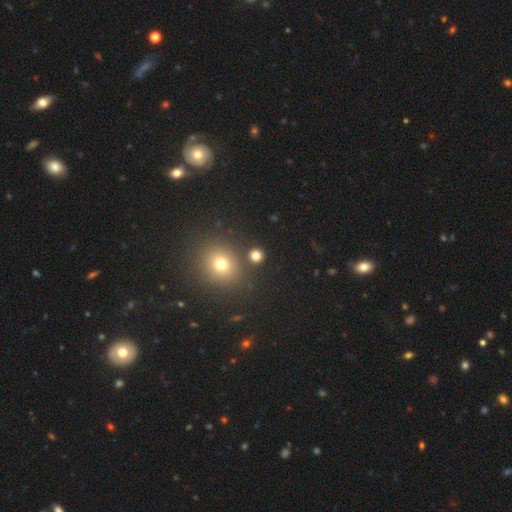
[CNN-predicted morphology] Smooth or featured?
  - smooth: 77% *
  - star or artifact: 17%
  - featured or disk: 6%
How rounded?
  - round: 88% *
  - in between: 11%
  - cigar-shaped: 1%
Merging?
  - none: 83% *
  - merger: 7%
  - minor disturbance: 6%
  - major disturbance: 3%